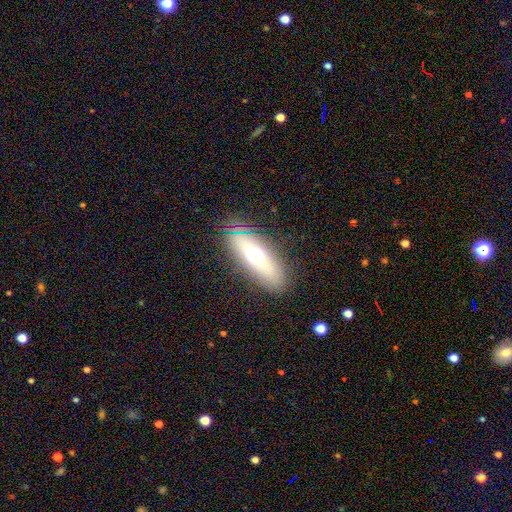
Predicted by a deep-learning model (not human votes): Smooth or featured: smooth — 55% (featured or disk — 34%)
How rounded: in between — 59% (cigar-shaped — 36%)
Merging: none — 84% (minor disturbance — 10%)